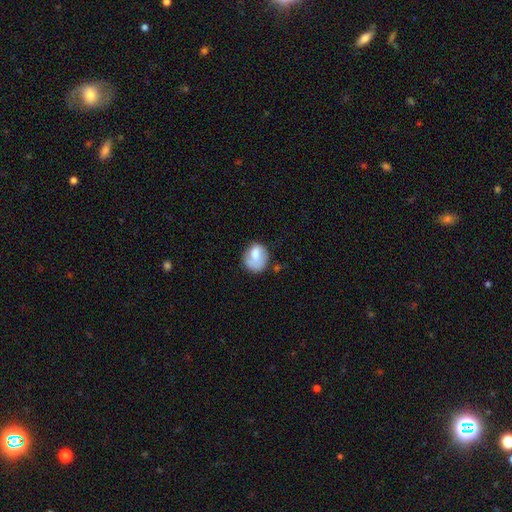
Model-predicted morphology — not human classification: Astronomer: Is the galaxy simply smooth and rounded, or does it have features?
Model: smooth — 67%.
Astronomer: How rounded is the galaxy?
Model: round — 67%.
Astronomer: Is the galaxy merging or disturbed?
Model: none — 55%.